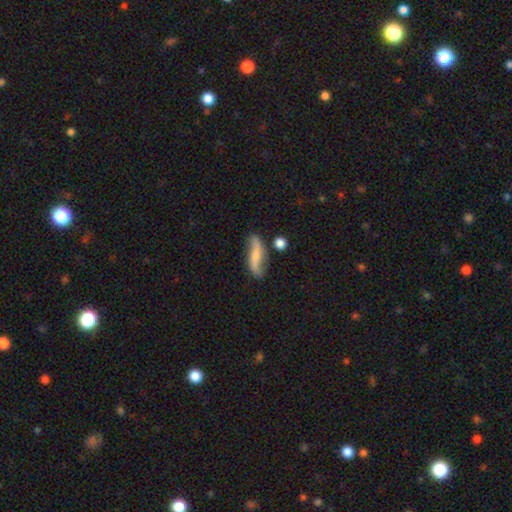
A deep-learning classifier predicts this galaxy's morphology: A featured or disk galaxy (51%). Merging: none (65%).